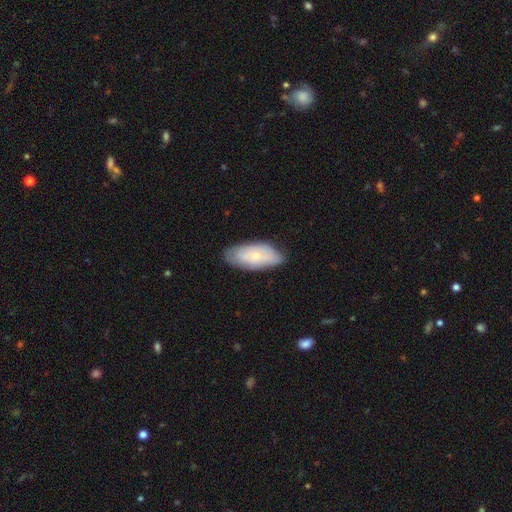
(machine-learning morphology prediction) type=smooth (59%); roundness=in between (90%); merging=none (74%).